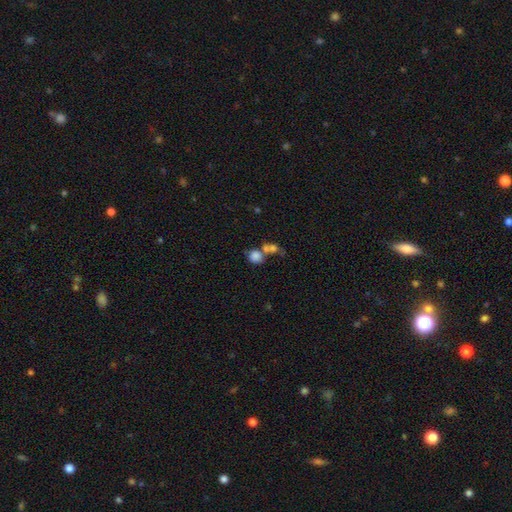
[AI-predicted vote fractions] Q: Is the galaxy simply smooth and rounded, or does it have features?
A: smooth — 80%.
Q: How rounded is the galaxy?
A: round — 80%.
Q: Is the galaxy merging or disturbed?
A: merger — 44%.